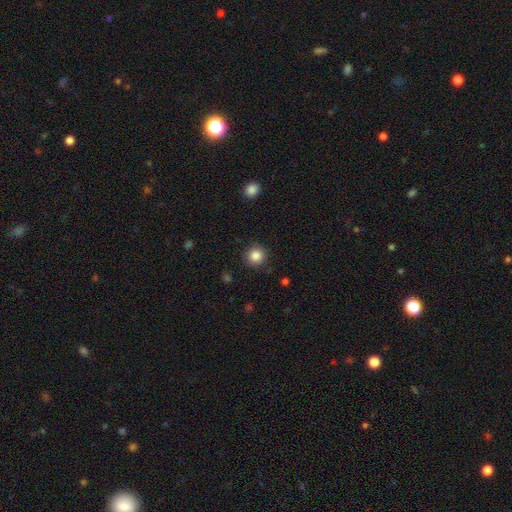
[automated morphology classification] smooth-or-featured: smooth: 85% | star or artifact: 10% | featured or disk: 4%
  how-rounded: round: 94% | in between: 5% | cigar-shaped: 1%
  merging: none: 90% | minor disturbance: 7% | major disturbance: 2% | merger: 1%